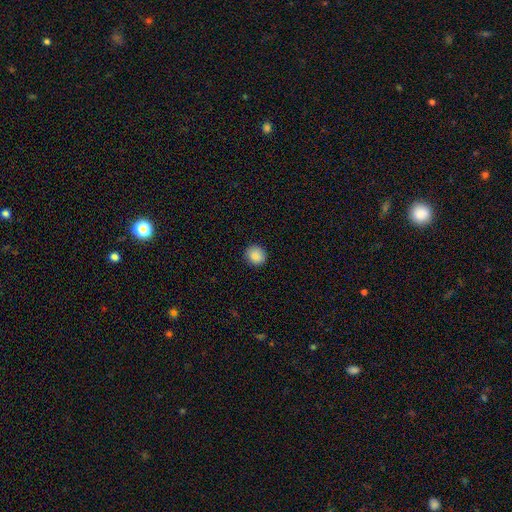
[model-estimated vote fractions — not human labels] A smooth galaxy with no disk features (88%) that is round (80%).

Vote fractions:
- Smooth or featured? smooth: 88% / star or artifact: 8% / featured or disk: 3%
- How rounded? round: 80% / in between: 19% / cigar-shaped: 1%
- Merging? none: 89% / minor disturbance: 8% / major disturbance: 2% / merger: 1%